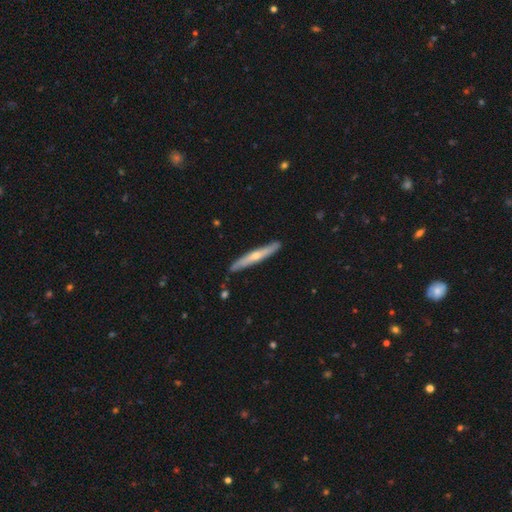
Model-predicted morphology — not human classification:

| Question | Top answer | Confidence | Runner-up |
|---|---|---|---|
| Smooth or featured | featured or disk | 57% | smooth (37%) |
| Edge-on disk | yes | 91% | no (9%) |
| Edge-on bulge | rounded | 76% | none (21%) |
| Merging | none | 87% | minor disturbance (10%) |